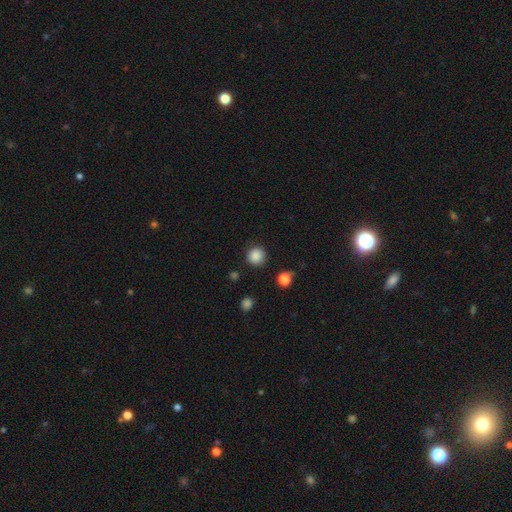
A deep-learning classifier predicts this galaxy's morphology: This appears to be a smooth galaxy with no disk features (86%) that is round (94%). Merging: none (89%).